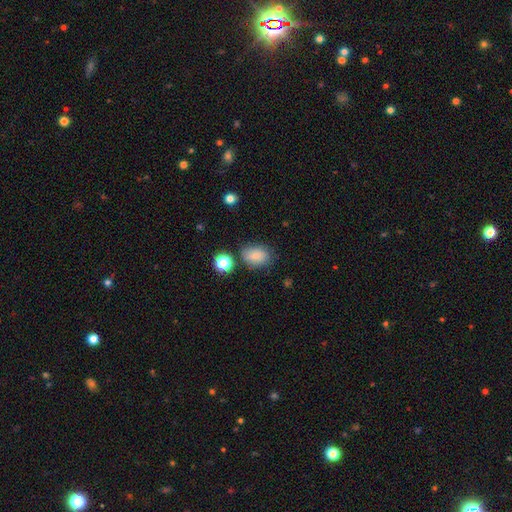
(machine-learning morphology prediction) This is likely a smooth galaxy (78%). How rounded: likely in between (70%). Merging: likely none (70%).